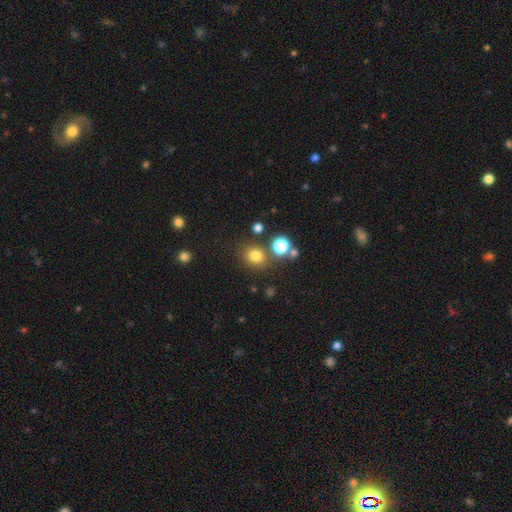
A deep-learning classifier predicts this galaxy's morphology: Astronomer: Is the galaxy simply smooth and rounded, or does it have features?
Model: smooth — 77%.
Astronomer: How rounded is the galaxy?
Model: round — 79%.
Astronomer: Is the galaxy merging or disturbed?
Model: none — 79%.